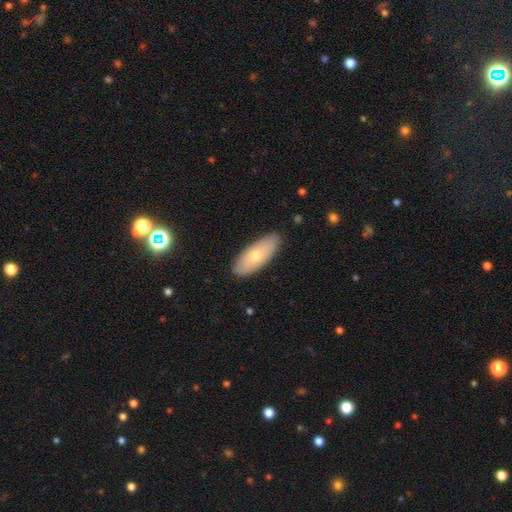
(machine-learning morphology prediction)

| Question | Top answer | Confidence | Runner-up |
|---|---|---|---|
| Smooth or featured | smooth | 67% | featured or disk (27%) |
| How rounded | in between | 78% | cigar-shaped (20%) |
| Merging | none | 85% | minor disturbance (12%) |